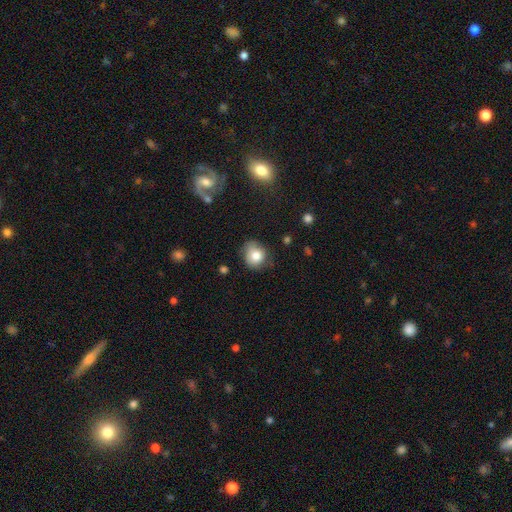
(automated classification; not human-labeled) Smooth or featured: smooth — 79% (featured or disk — 12%)
How rounded: round — 74% (in between — 25%)
Merging: none — 64% (minor disturbance — 26%)